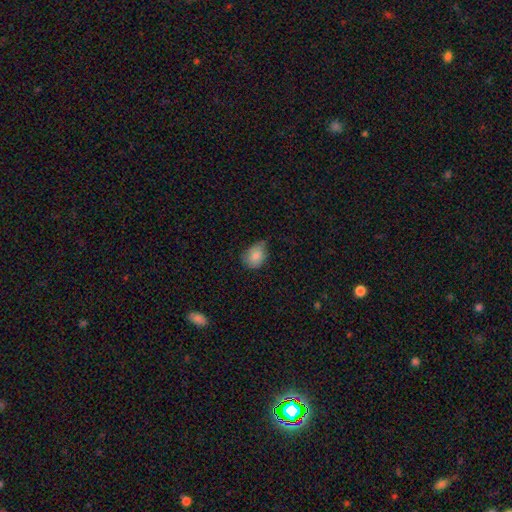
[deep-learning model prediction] The model was most divided on "merging": none: 46%, minor disturbance: 43%, major disturbance: 9%, merger: 2%. More confident: smooth or featured — smooth (81%); how rounded — in between (54%).